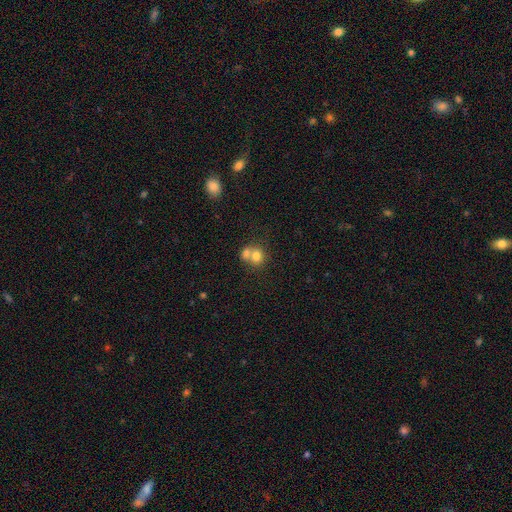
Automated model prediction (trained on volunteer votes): Smooth or featured? Predicted: smooth (p=0.75). How rounded? Predicted: round (p=0.72). Merging? Predicted: merger (p=0.59).